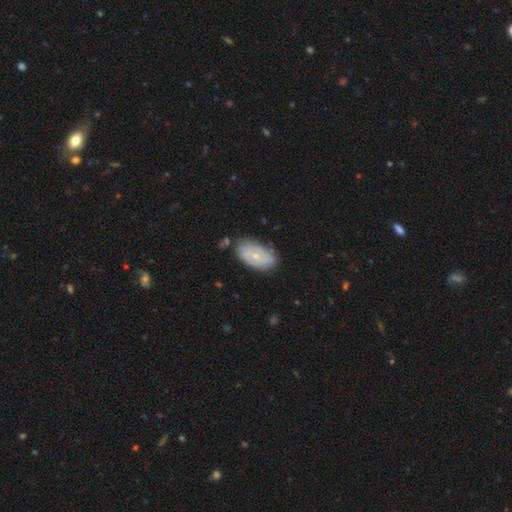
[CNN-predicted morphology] A smooth galaxy with no disk features (49%). Merging: none (69%).